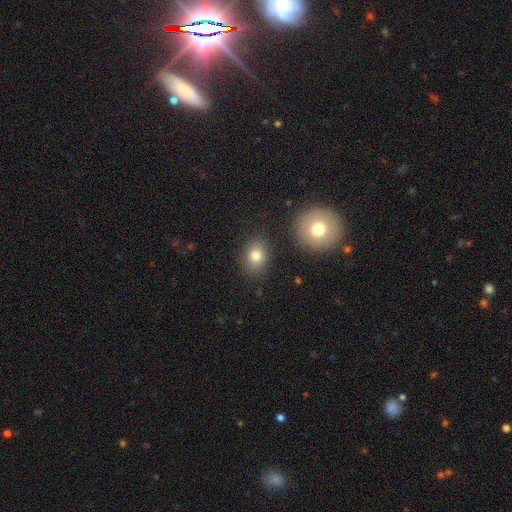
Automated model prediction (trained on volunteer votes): This is likely a smooth galaxy (78%). How rounded: possibly in between (52%). Merging: clearly none (82%).